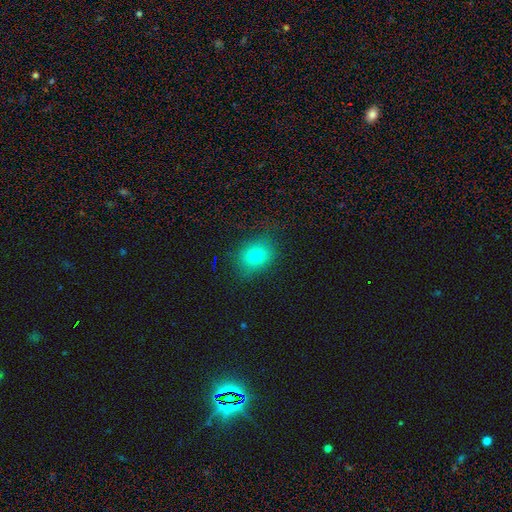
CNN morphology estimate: Q: Smooth or featured?
A: smooth (75%); runner-up: star or artifact (15%)
Q: How rounded?
A: round (51%); runner-up: in between (48%)
Q: Merging?
A: none (82%); runner-up: minor disturbance (13%)